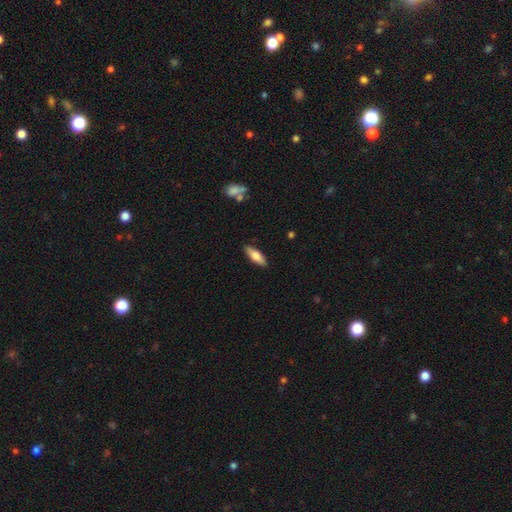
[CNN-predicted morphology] Smooth or featured?
  - smooth: 72% *
  - featured or disk: 22%
  - star or artifact: 6%
How rounded?
  - in between: 57% *
  - cigar-shaped: 41%
  - round: 2%
Merging?
  - none: 87% *
  - minor disturbance: 9%
  - major disturbance: 2%
  - merger: 1%